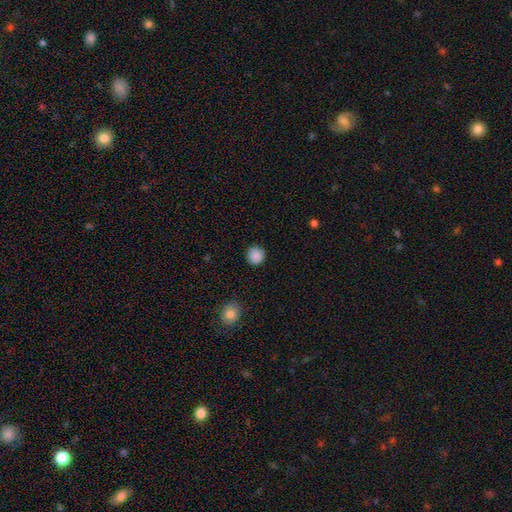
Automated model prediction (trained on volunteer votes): This is clearly a smooth galaxy (87%). How rounded: clearly round (92%). Merging: clearly none (87%).